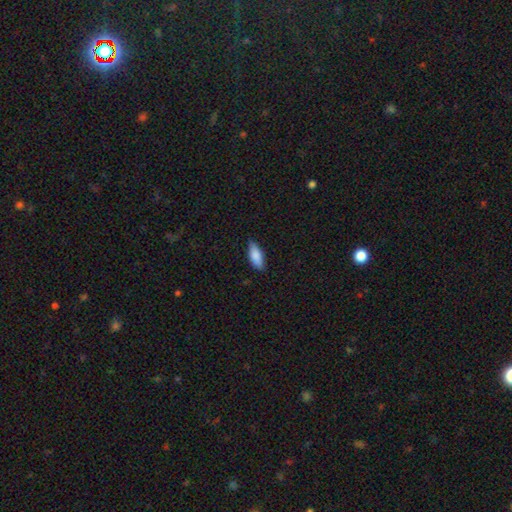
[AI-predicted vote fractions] smooth-or-featured: smooth: 85% | featured or disk: 9% | star or artifact: 6%
  how-rounded: in between: 76% | cigar-shaped: 22% | round: 2%
  merging: none: 83% | minor disturbance: 14% | major disturbance: 2% | merger: 1%